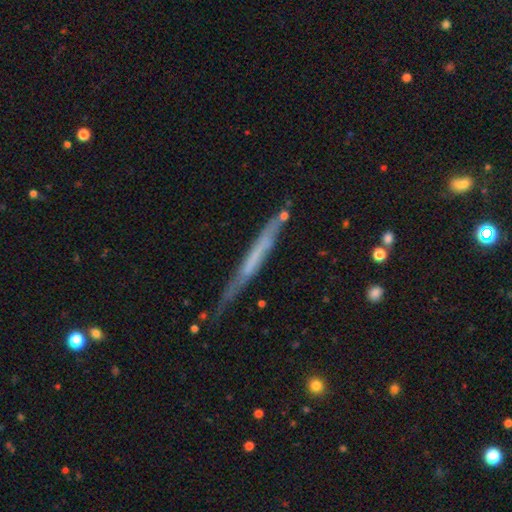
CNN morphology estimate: Smooth or featured? Predicted: featured or disk (p=0.53). Edge-on disk? Predicted: yes (p=0.93). Merging? Predicted: none (p=0.71).